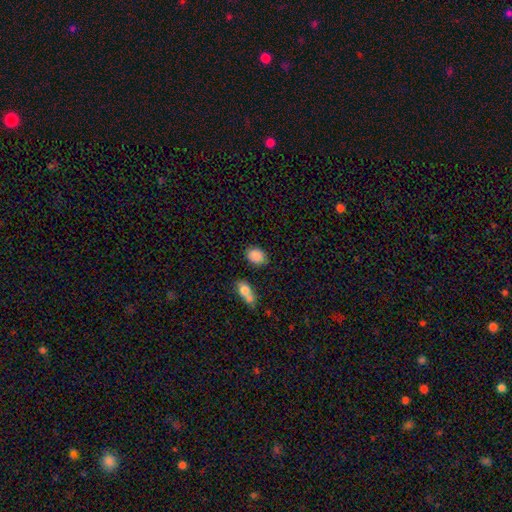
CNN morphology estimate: smooth-or-featured: smooth: 87% | star or artifact: 8% | featured or disk: 5%
  how-rounded: in between: 75% | round: 23% | cigar-shaped: 1%
  merging: none: 76% | minor disturbance: 14% | merger: 6% | major disturbance: 4%